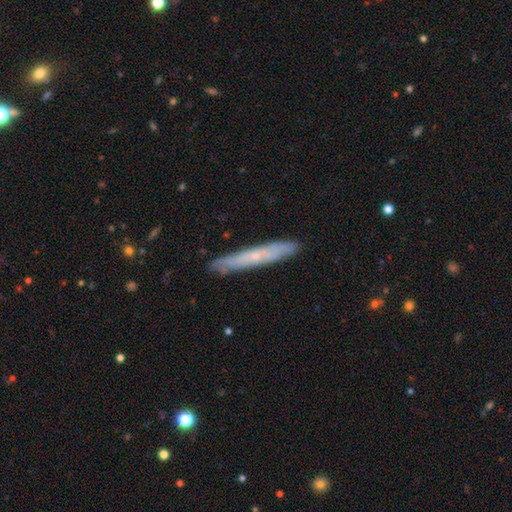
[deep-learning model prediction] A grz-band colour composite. It shows a featured or disk galaxy (52%) viewed edge-on (80%). Merging: none (87%).